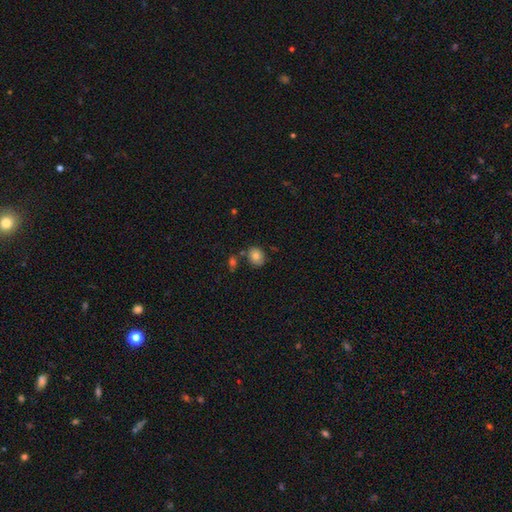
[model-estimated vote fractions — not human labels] Q: Smooth or featured?
A: smooth (78%); runner-up: featured or disk (13%)
Q: How rounded?
A: round (66%); runner-up: in between (33%)
Q: Merging?
A: none (73%); runner-up: minor disturbance (15%)